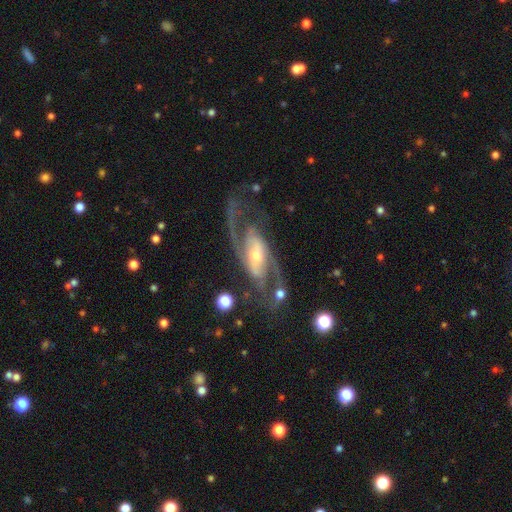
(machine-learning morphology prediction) Smooth or featured? featured or disk (91%)
Edge-on disk? no (95%)
Bar? weak (37%)
Spiral arms? yes (98%)
Spiral winding? medium (56%)
Spiral arm count? 2 (89%)
Bulge size? small (48%)
Merging? none (71%)